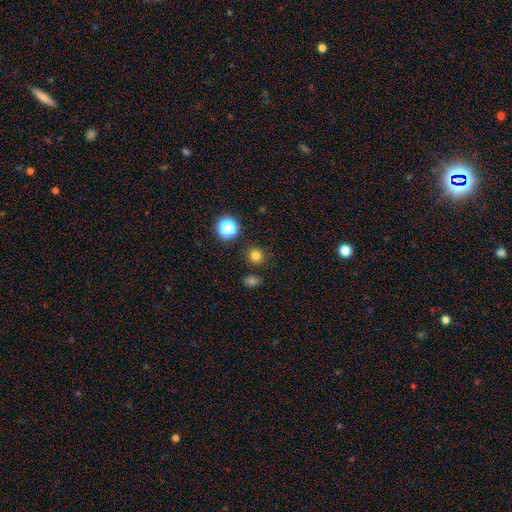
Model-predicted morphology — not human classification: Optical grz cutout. It shows a smooth galaxy with no disk features (78%) that is round (91%). Merging: none (87%).